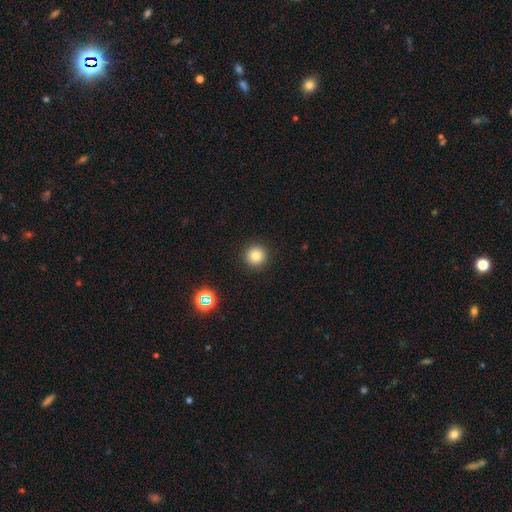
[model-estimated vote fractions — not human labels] smooth 80%, star or artifact 13%, featured or disk 7%. Down the decision tree: how rounded — round (96%); merging — none (92%).